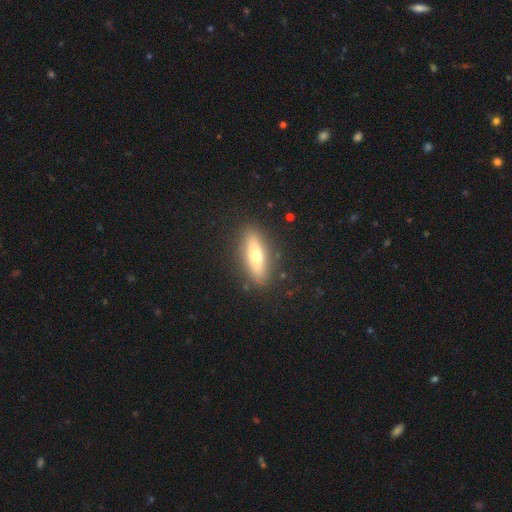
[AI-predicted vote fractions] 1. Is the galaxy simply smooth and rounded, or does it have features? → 54% smooth, 39% featured or disk, 7% star or artifact.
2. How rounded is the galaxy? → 50% cigar-shaped, 47% in between, 3% round.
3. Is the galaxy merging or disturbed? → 87% none, 9% minor disturbance, 3% major disturbance, 1% merger.